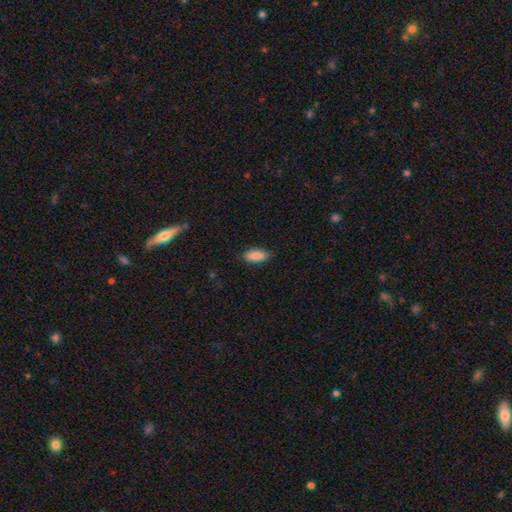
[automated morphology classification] smooth 89%, star or artifact 6%, featured or disk 5%. Down the decision tree: how rounded — in between (87%); merging — none (84%).